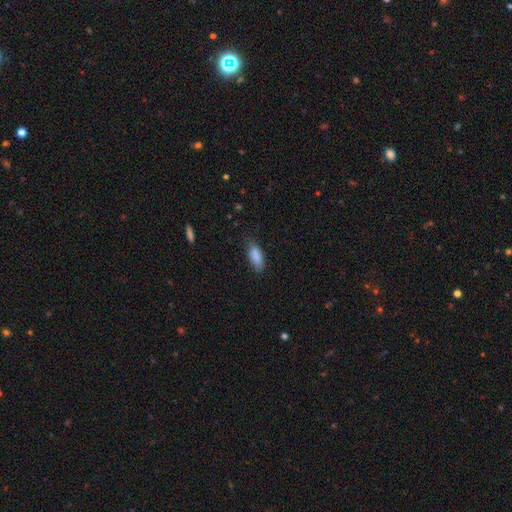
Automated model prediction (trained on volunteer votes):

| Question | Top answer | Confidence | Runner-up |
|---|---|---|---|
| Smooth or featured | smooth | 88% | star or artifact (7%) |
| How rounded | in between | 79% | cigar-shaped (19%) |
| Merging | none | 77% | minor disturbance (18%) |